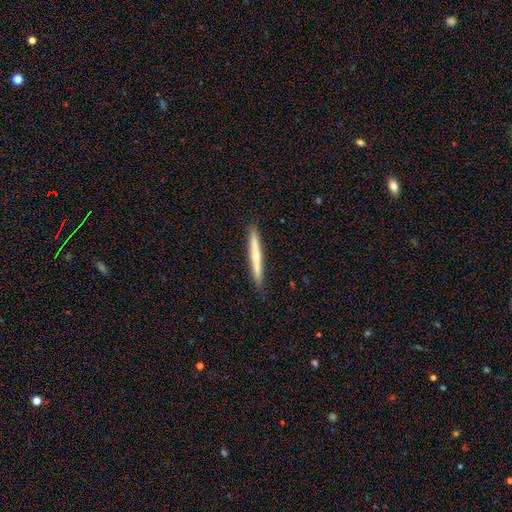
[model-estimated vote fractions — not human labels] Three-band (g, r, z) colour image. It shows a smooth galaxy with no disk features (49%). Merging: none (92%).